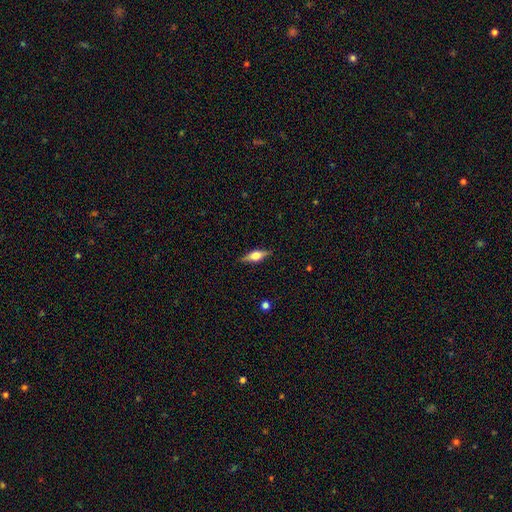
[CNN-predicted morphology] A featured or disk galaxy (60%) viewed edge-on (94%) with a rounded central bulge (92%). Merging: none (87%).